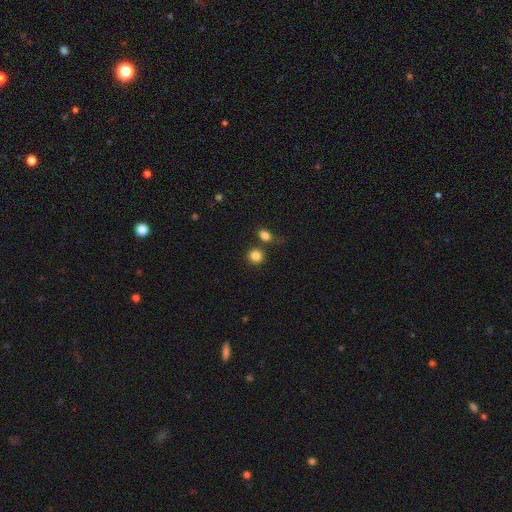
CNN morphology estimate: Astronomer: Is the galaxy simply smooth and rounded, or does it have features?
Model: smooth — 85%.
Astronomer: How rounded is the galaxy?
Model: round — 82%.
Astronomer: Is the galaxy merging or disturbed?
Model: none — 71%.